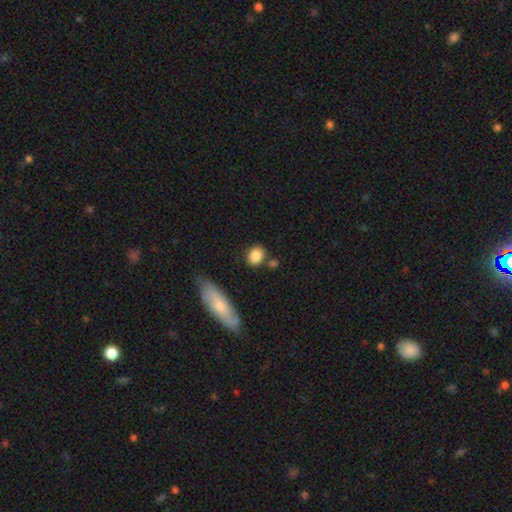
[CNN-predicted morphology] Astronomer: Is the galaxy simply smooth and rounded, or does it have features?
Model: smooth — 85%.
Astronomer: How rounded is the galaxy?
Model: round — 51% (runner-up: in between, 46%).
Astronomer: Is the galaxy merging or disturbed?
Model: none — 74%.